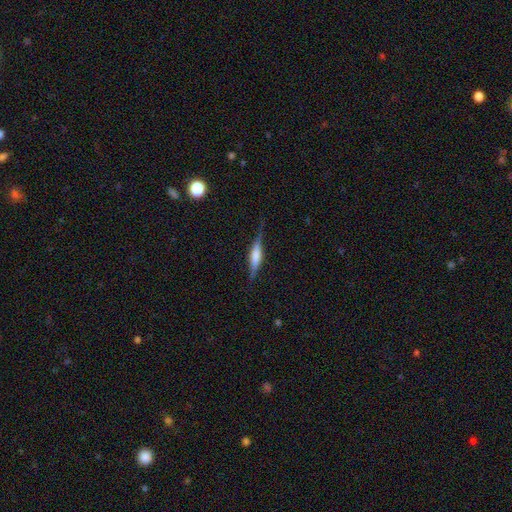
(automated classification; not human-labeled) A featured or disk galaxy (62%) viewed edge-on (94%) with a rounded central bulge (47%). Merging: none (76%).